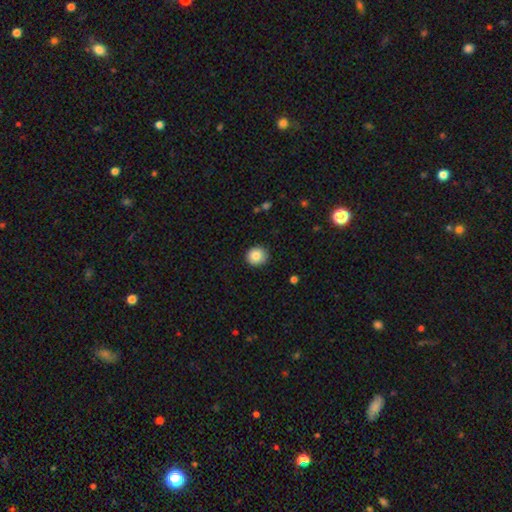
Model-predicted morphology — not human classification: smooth 86%, star or artifact 9%, featured or disk 6%. Down the decision tree: how rounded — round (90%); merging — none (90%).